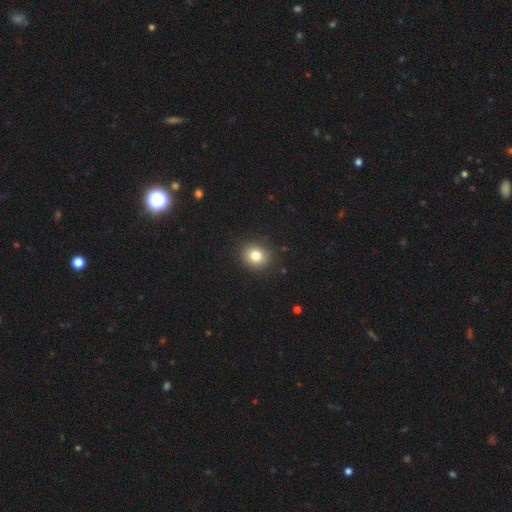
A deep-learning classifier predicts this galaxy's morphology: Q: Smooth or featured?
A: smooth (81%); runner-up: star or artifact (11%)
Q: How rounded?
A: round (81%); runner-up: in between (18%)
Q: Merging?
A: none (90%); runner-up: minor disturbance (7%)